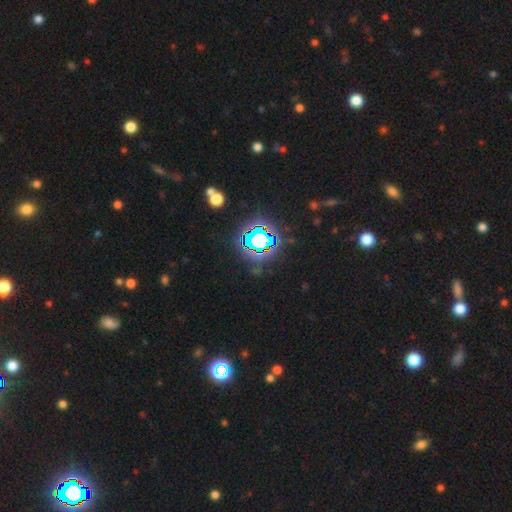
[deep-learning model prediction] smooth-or-featured: star or artifact: 79% | smooth: 13% | featured or disk: 8%